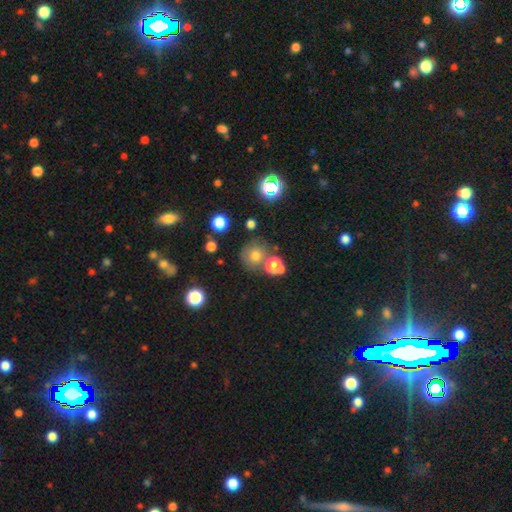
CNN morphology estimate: A smooth galaxy with no disk features (52%) that is round (84%).

Vote fractions:
- Smooth or featured? smooth: 52% / star or artifact: 36% / featured or disk: 12%
- How rounded? round: 84% / in between: 15% / cigar-shaped: 1%
- Merging? none: 75% / merger: 11% / minor disturbance: 9% / major disturbance: 4%